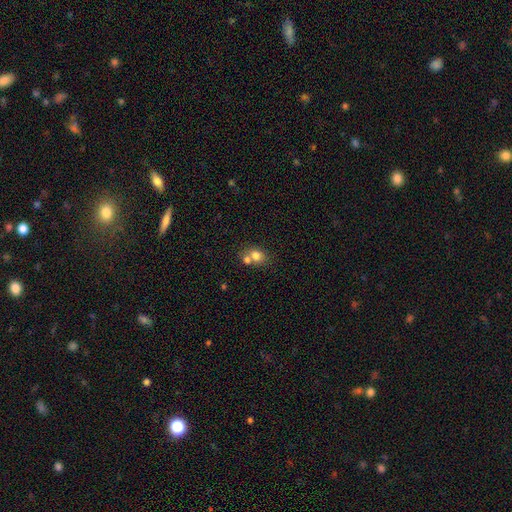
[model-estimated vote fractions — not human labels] Q: Smooth or featured?
A: smooth (76%); runner-up: featured or disk (12%)
Q: How rounded?
A: round (55%); runner-up: in between (44%)
Q: Merging?
A: none (44%); tied with: merger (44%)